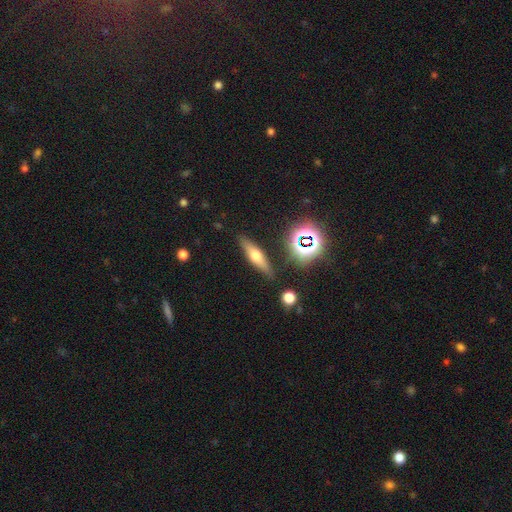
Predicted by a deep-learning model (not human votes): This is possibly a smooth galaxy (45%). Merging: clearly none (84%).